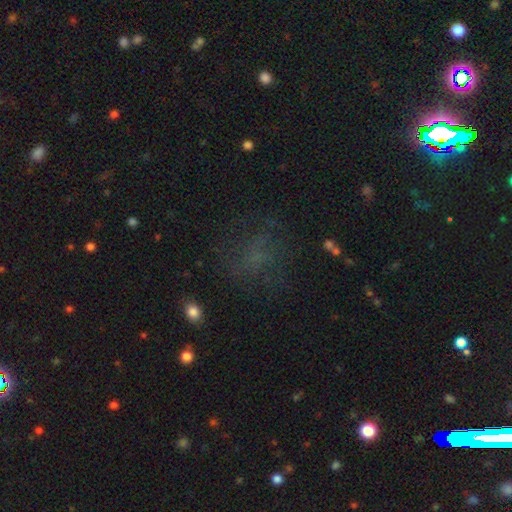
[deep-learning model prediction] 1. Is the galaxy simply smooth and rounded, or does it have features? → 44% smooth, 33% star or artifact, 23% featured or disk.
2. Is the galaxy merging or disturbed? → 61% none, 20% major disturbance, 17% minor disturbance, 2% merger.